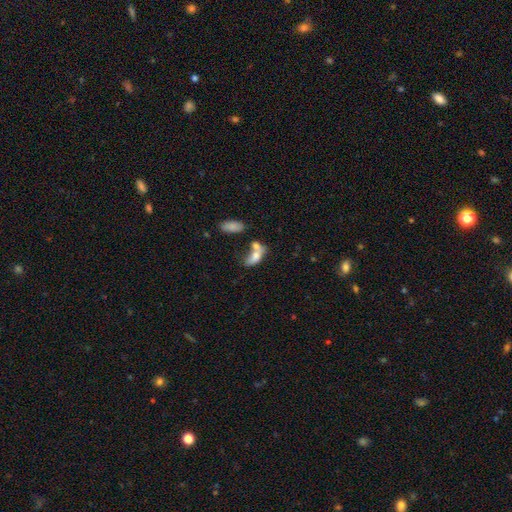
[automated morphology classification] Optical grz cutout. It shows a smooth galaxy with no disk features (70%) that is in between round and cigar-shaped (83%). Merging: merger (52%).